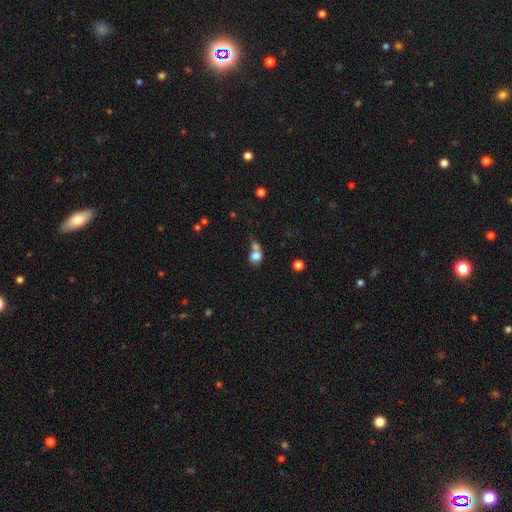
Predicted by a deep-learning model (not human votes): A smooth galaxy with no disk features (77%) that is round (54%).

Vote fractions:
- Smooth or featured? smooth: 77% / featured or disk: 12% / star or artifact: 11%
- How rounded? round: 54% / in between: 44% / cigar-shaped: 2%
- Merging? merger: 58% / none: 27% / minor disturbance: 9% / major disturbance: 7%